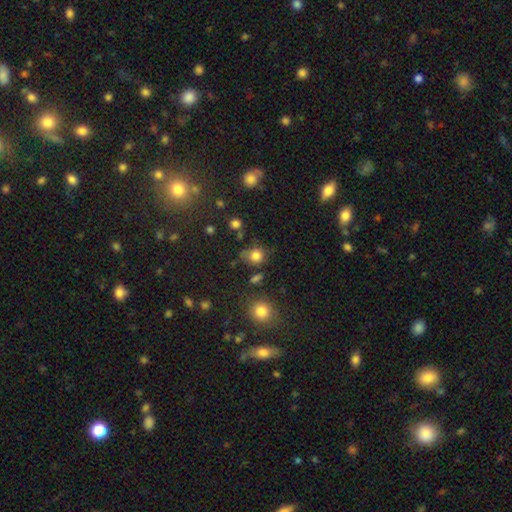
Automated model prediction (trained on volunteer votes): The model was most divided on "merging": none: 59%, minor disturbance: 24%, major disturbance: 9%, merger: 8%. More confident: smooth or featured — smooth (80%); how rounded — round (73%).